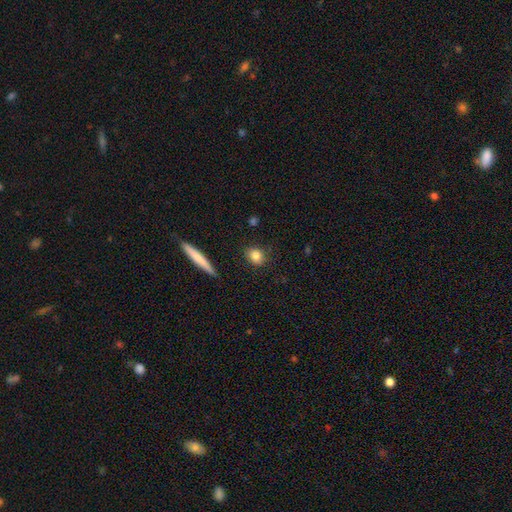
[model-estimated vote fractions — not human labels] Q: Smooth or featured?
A: smooth (83%); runner-up: star or artifact (9%)
Q: How rounded?
A: round (58%); runner-up: in between (38%)
Q: Merging?
A: none (87%); runner-up: minor disturbance (9%)